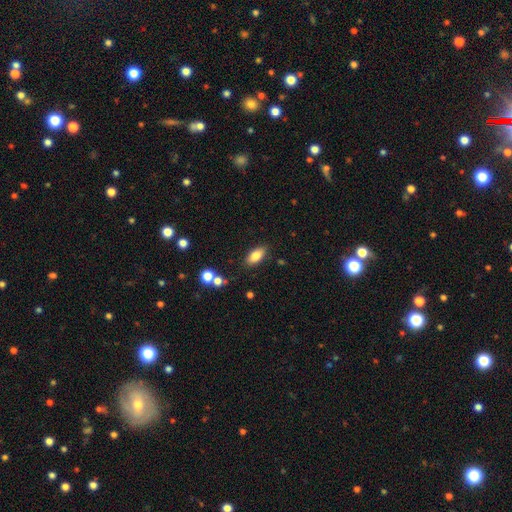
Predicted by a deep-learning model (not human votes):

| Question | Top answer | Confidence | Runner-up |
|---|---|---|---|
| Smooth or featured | smooth | 81% | featured or disk (10%) |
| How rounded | in between | 87% | cigar-shaped (9%) |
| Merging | none | 83% | minor disturbance (11%) |